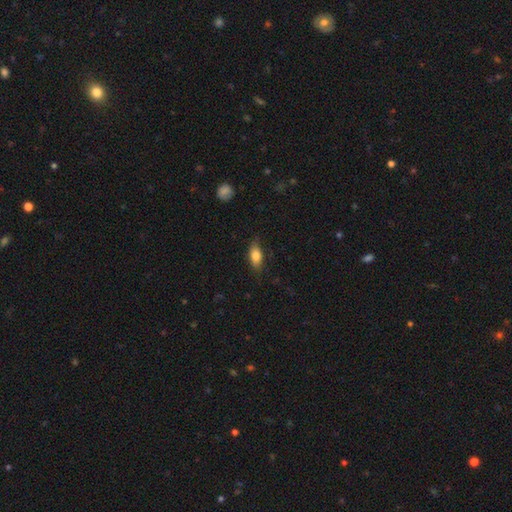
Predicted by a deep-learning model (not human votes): smooth 80%, featured or disk 13%, star or artifact 7%. Down the decision tree: how rounded — in between (84%); merging — none (79%).